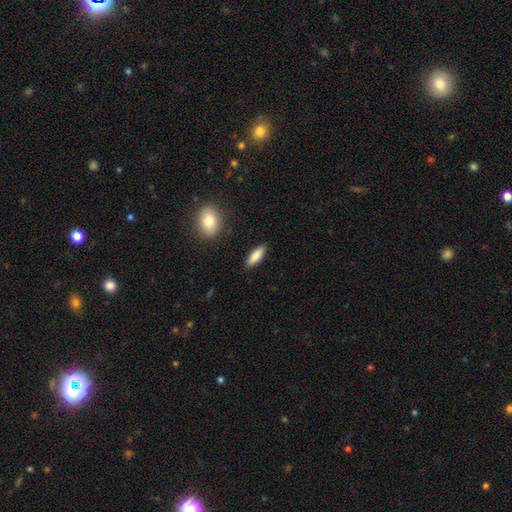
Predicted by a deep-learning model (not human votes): smooth-or-featured: smooth: 83% | featured or disk: 11% | star or artifact: 6%
  how-rounded: in between: 55% | cigar-shaped: 42% | round: 2%
  merging: none: 88% | minor disturbance: 9% | major disturbance: 2% | merger: 2%